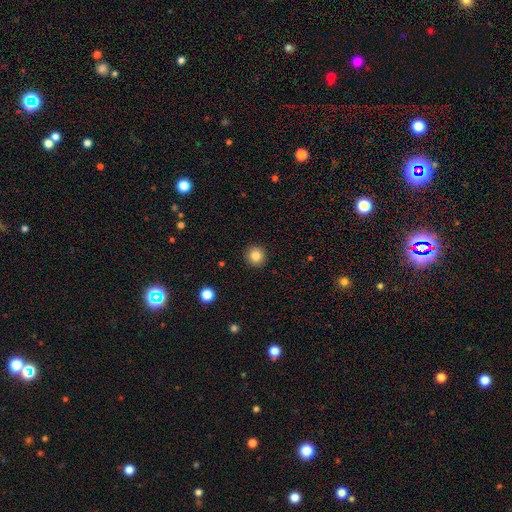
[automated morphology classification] Smooth or featured? smooth (83%)
How rounded? round (95%)
Merging? none (93%)